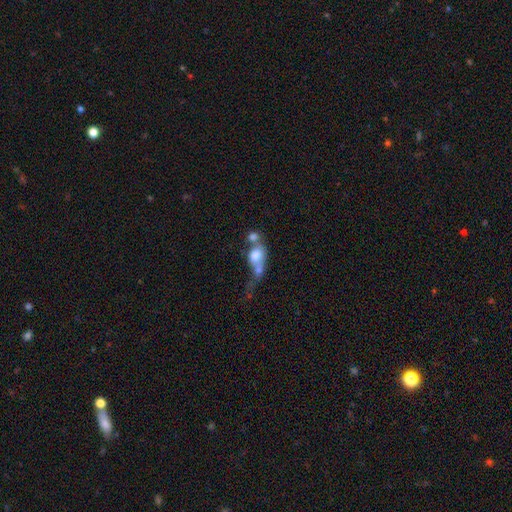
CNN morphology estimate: A smooth galaxy with no disk features (65%) that is in between round and cigar-shaped (56%). Merging: merger (62%).